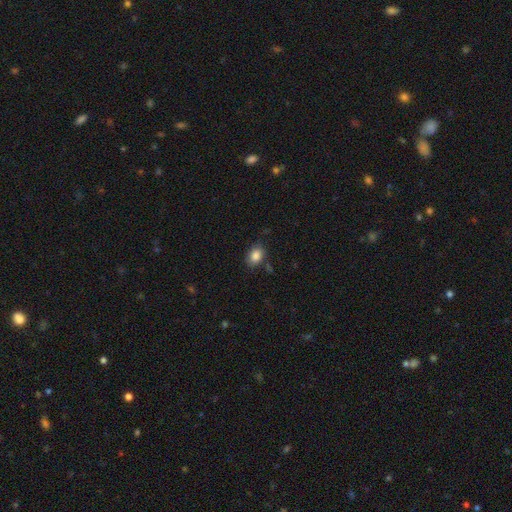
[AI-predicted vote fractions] smooth 85%, star or artifact 9%, featured or disk 5%. Down the decision tree: how rounded — in between (71%); merging — none (77%).